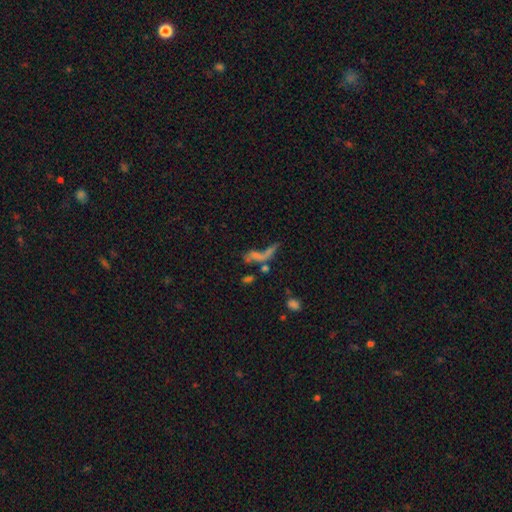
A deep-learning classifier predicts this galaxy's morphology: smooth 41%, featured or disk 35%, star or artifact 23%. Down the decision tree: merging — merger (34%).